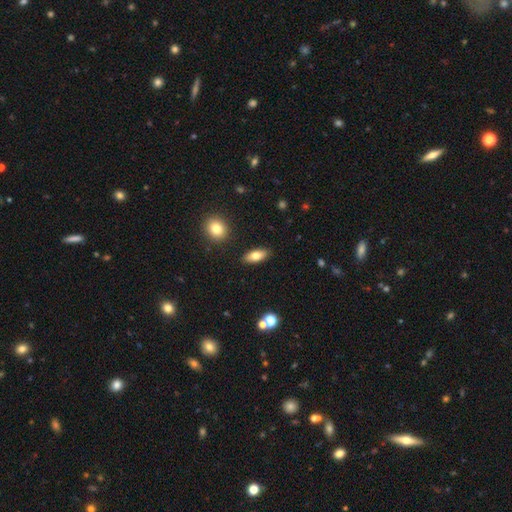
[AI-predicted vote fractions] This is likely a smooth galaxy (77%). How rounded: clearly in between (83%). Merging: clearly none (88%).